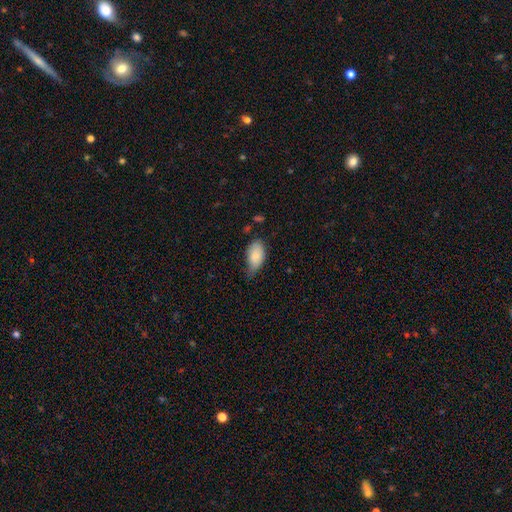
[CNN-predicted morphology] This appears to be a smooth galaxy with no disk features (83%) that is in between round and cigar-shaped (93%). Merging: minor disturbance (46%).